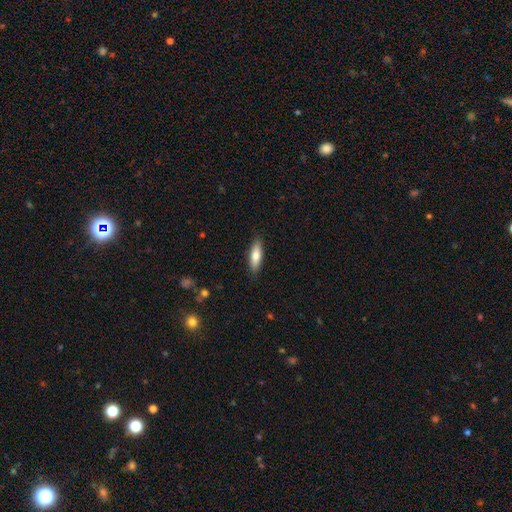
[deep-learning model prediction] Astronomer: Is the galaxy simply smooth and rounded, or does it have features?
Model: smooth — 76%.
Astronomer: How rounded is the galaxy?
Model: in between — 52% (runner-up: cigar-shaped, 46%).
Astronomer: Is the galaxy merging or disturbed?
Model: none — 88%.